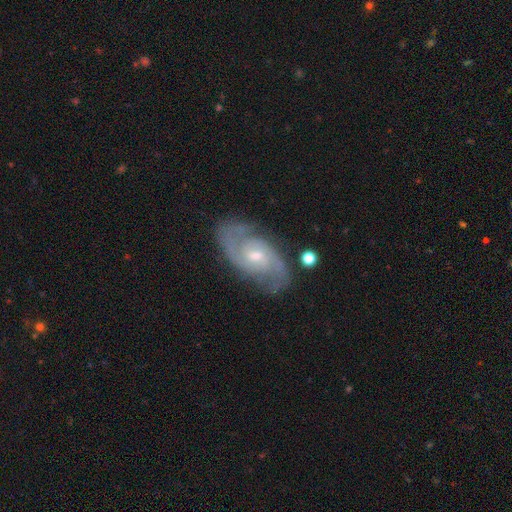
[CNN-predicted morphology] featured or disk 89%, smooth 6%, star or artifact 5%. Down the decision tree: edge-on disk — no (96%); bar — weak (47%); spiral arms — yes (97%); spiral arm count — 2 (81%); spiral winding — medium (48%); bulge size — moderate (48%, tied with small); merging — none (79%).